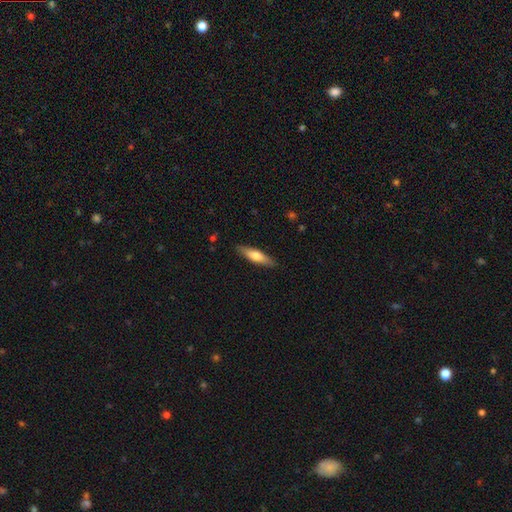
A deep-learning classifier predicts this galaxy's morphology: The model was most divided on "smooth or featured": smooth: 61%, featured or disk: 34%, star or artifact: 6%. More confident: merging — none (87%); how rounded — cigar-shaped (72%).